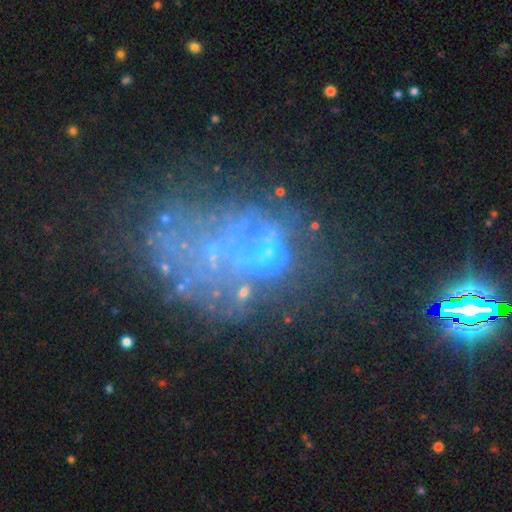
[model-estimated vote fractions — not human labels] Smooth or featured? Predicted: featured or disk (p=0.56). Edge-on disk? Predicted: no (p=0.97). Bar? Predicted: no (p=0.89). Spiral arms? Predicted: no (p=0.92). Bulge size? Predicted: none (p=0.63). Merging? Predicted: major disturbance (p=0.36).